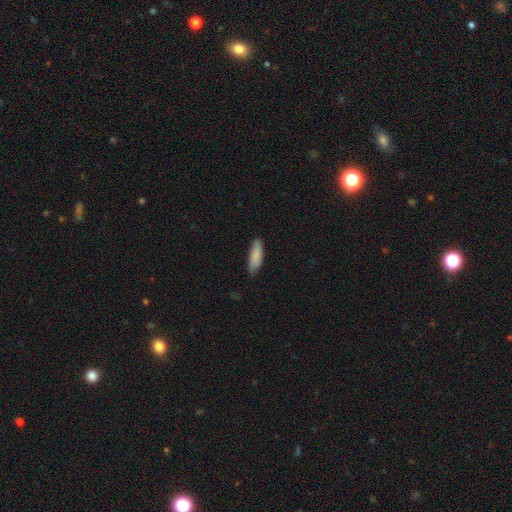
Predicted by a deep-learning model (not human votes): The model was most divided on "how rounded": in between: 57%, cigar-shaped: 42%, round: 2%. More confident: smooth or featured — smooth (82%); merging — none (75%).